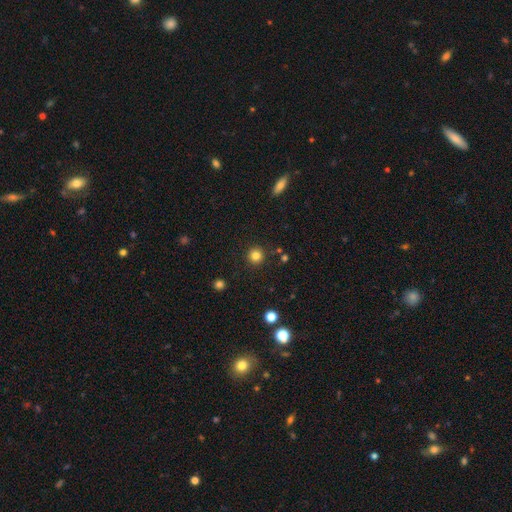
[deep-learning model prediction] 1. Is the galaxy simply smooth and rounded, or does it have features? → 83% smooth, 12% star or artifact, 5% featured or disk.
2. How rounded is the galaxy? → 94% round, 5% in between, 1% cigar-shaped.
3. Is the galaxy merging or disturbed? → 90% none, 6% minor disturbance, 2% major disturbance, 2% merger.